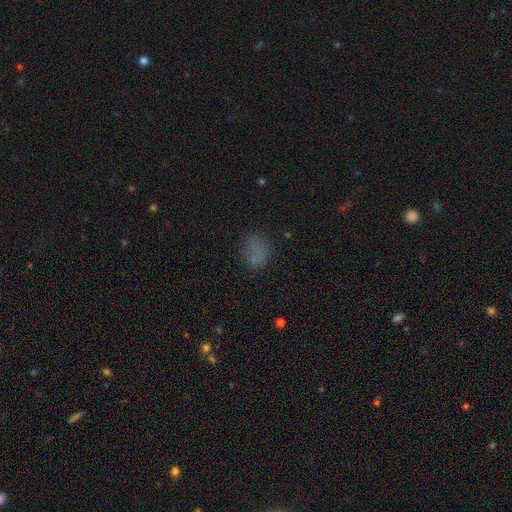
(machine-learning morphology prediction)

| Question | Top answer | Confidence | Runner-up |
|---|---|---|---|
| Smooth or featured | smooth | 64% | star or artifact (23%) |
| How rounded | in between | 60% | round (38%) |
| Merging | none | 66% | minor disturbance (19%) |